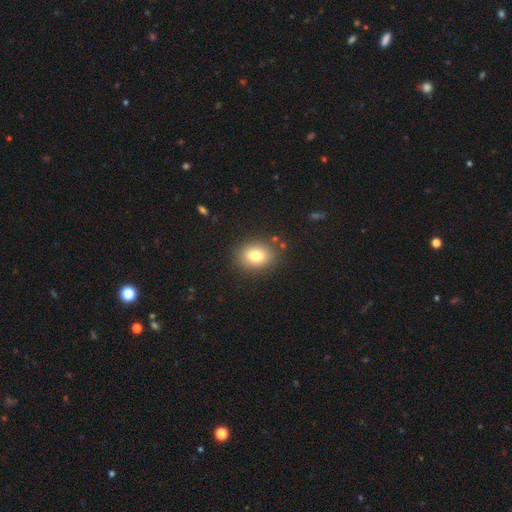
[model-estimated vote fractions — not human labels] This appears to be a smooth galaxy with no disk features (79%) that is in between round and cigar-shaped (60%). Merging: none (86%).